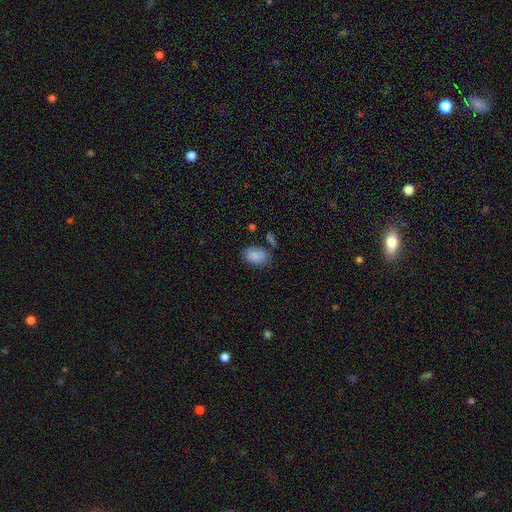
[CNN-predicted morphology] Overall: smooth (83%). How rounded: in between (87%). Merging: none (62%; minor disturbance 23%).